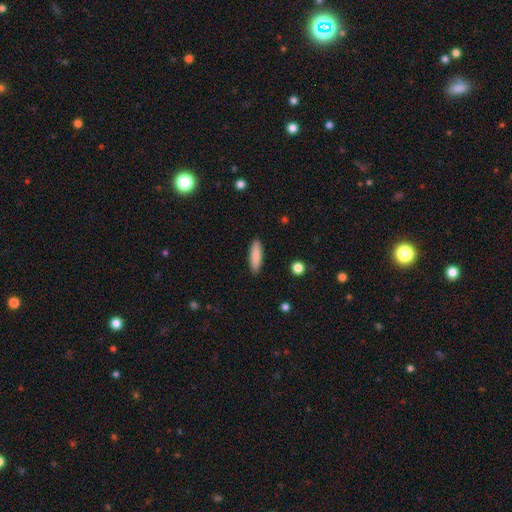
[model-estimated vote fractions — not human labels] A smooth galaxy with no disk features (87%) that is cigar-shaped (67%). Merging: none (90%).